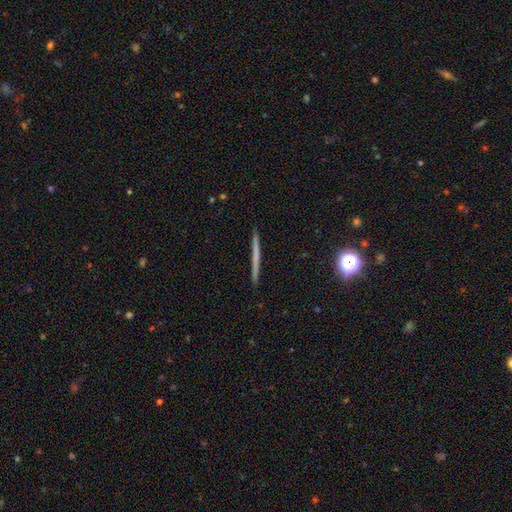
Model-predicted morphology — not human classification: Smooth or featured: featured or disk — 47% (smooth — 44%)
Merging: none — 92% (minor disturbance — 5%)